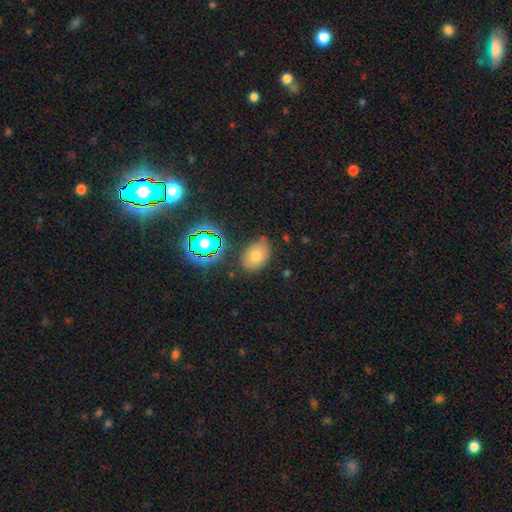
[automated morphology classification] type=smooth (67%); roundness=in between (80%); merging=none (78%).